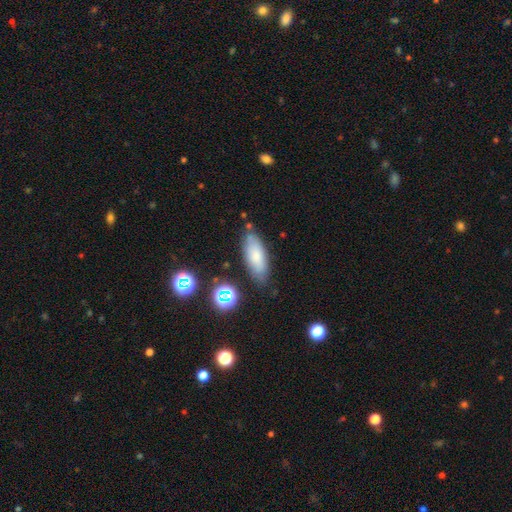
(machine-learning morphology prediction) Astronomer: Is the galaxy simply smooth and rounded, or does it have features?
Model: smooth — 75%.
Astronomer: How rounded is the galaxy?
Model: in between — 75%.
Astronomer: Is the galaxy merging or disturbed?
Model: none — 79%.